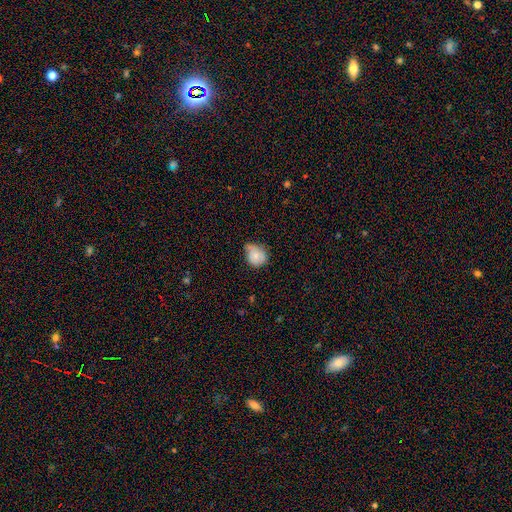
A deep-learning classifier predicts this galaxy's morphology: Smooth or featured: smooth — 67% (featured or disk — 25%)
How rounded: round — 59% (in between — 40%)
Merging: minor disturbance — 48% (none — 35%)